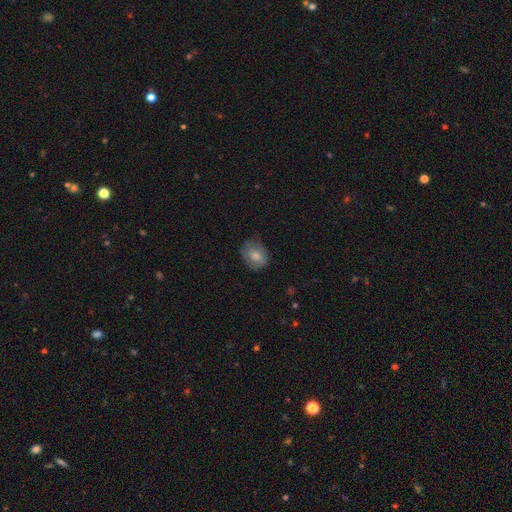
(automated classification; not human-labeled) Q: Smooth or featured?
A: smooth (71%); runner-up: featured or disk (21%)
Q: How rounded?
A: in between (58%); runner-up: round (41%)
Q: Merging?
A: none (66%); runner-up: minor disturbance (24%)